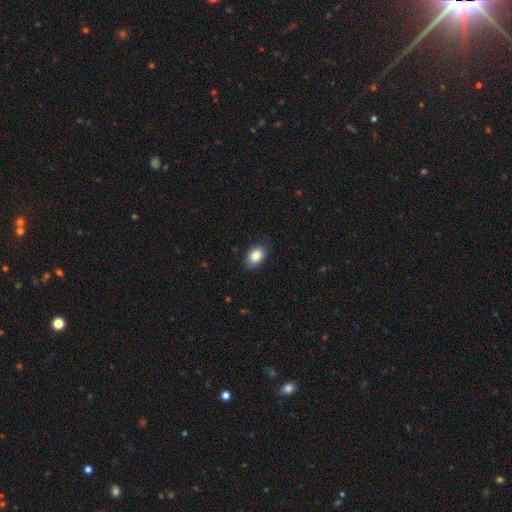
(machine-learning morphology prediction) A smooth galaxy with no disk features (87%) that is in between round and cigar-shaped (82%).

Vote fractions:
- Smooth or featured? smooth: 87% / star or artifact: 8% / featured or disk: 5%
- How rounded? in between: 82% / round: 17% / cigar-shaped: 1%
- Merging? none: 84% / minor disturbance: 13% / major disturbance: 3% / merger: 1%